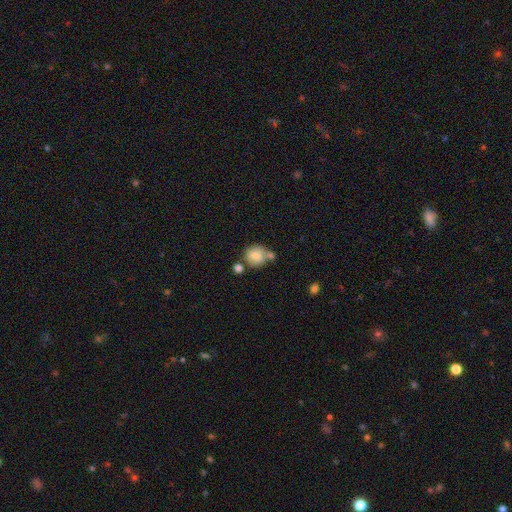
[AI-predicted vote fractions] Smooth or featured?
  - smooth: 80% *
  - featured or disk: 12%
  - star or artifact: 8%
How rounded?
  - round: 84% *
  - in between: 15%
  - cigar-shaped: 1%
Merging?
  - none: 51% *
  - merger: 30%
  - minor disturbance: 15%
  - major disturbance: 5%